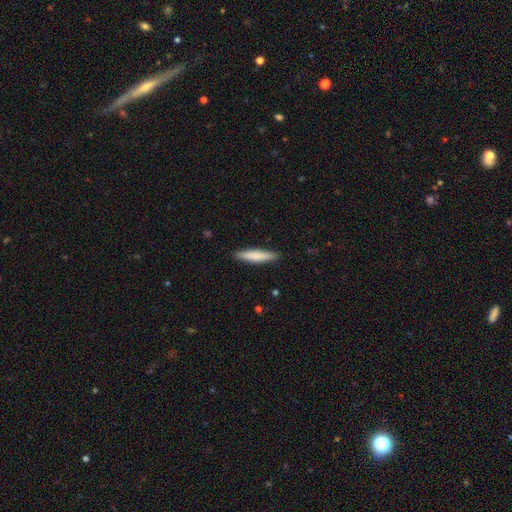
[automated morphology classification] Smooth or featured: smooth — 80% (featured or disk — 15%)
How rounded: cigar-shaped — 86% (in between — 13%)
Merging: none — 90% (minor disturbance — 8%)